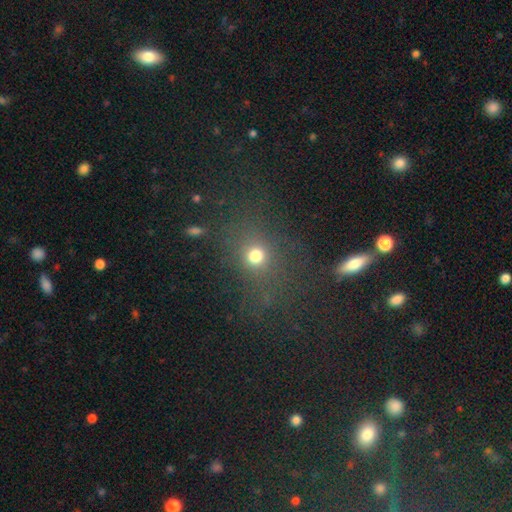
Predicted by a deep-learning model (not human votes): A smooth galaxy with no disk features (66%) that is round (70%).

Vote fractions:
- Smooth or featured? smooth: 66% / star or artifact: 22% / featured or disk: 12%
- How rounded? round: 70% / in between: 27% / cigar-shaped: 3%
- Merging? none: 71% / minor disturbance: 12% / major disturbance: 10% / merger: 6%